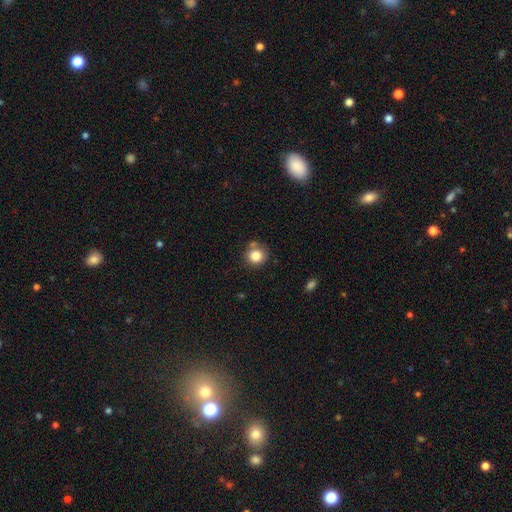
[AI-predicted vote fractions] This appears to be a smooth galaxy with no disk features (83%) that is round (89%). Merging: none (69%).